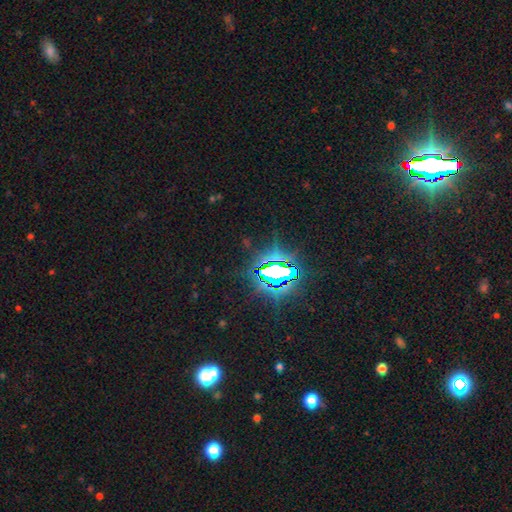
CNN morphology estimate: Smooth or featured: star or artifact — 84% (smooth — 9%)